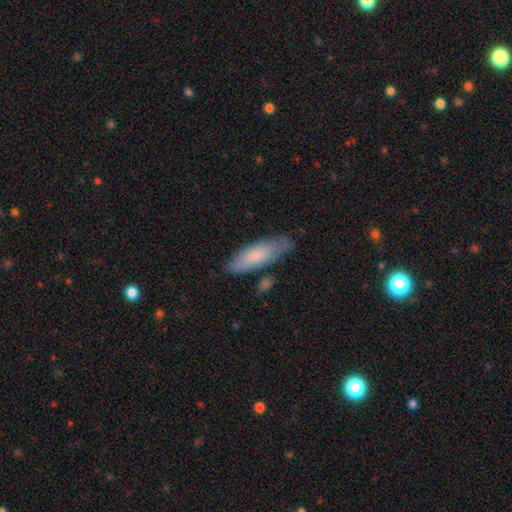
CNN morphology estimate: A smooth galaxy with no disk features (72%) that is in between round and cigar-shaped (55%).

Vote fractions:
- Smooth or featured? smooth: 72% / featured or disk: 22% / star or artifact: 6%
- How rounded? in between: 55% / cigar-shaped: 43% / round: 2%
- Merging? none: 70% / minor disturbance: 21% / merger: 4% / major disturbance: 4%